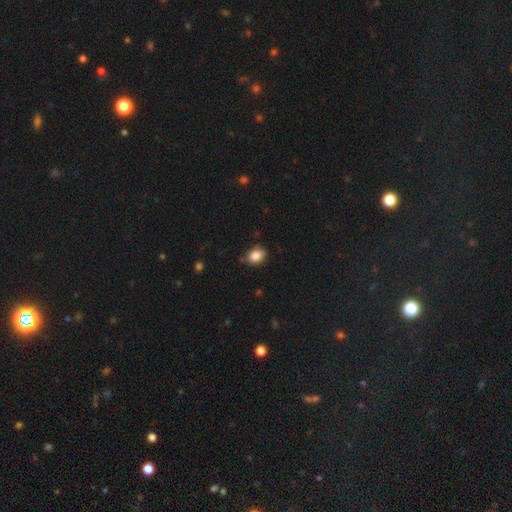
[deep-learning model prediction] smooth_or_featured: smooth (p=0.87) [alt: star or artifact p=0.09]
how_rounded: in between (p=0.64) [alt: round p=0.35]
merging: none (p=0.81) [alt: minor disturbance p=0.14]